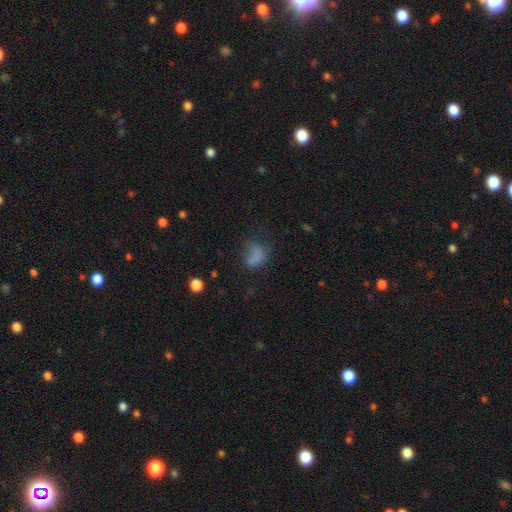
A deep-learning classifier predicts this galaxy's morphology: smooth 73%, star or artifact 16%, featured or disk 12%. Down the decision tree: how rounded — in between (63%); merging — none (43%).